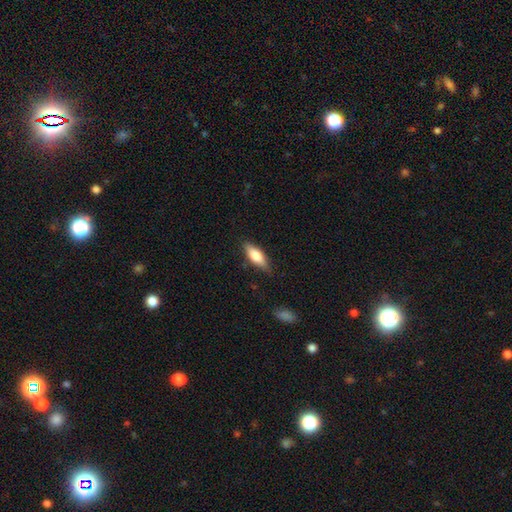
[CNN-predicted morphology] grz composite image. It shows a smooth galaxy with no disk features (73%) that is in between round and cigar-shaped (66%). Merging: none (79%).